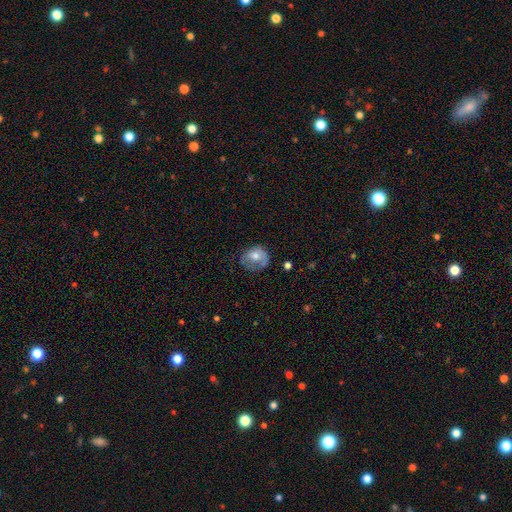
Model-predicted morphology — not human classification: A smooth galaxy with no disk features (63%) that is round (59%).

Vote fractions:
- Smooth or featured? smooth: 63% / featured or disk: 29% / star or artifact: 8%
- How rounded? round: 59% / in between: 40% / cigar-shaped: 1%
- Merging? none: 41% / minor disturbance: 32% / major disturbance: 24% / merger: 3%